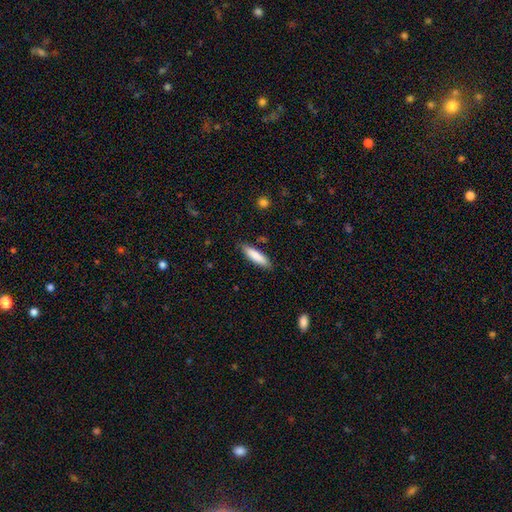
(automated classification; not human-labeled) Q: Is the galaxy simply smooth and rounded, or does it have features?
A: smooth — 83%.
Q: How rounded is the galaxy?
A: cigar-shaped — 73%.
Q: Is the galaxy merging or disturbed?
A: none — 86%.